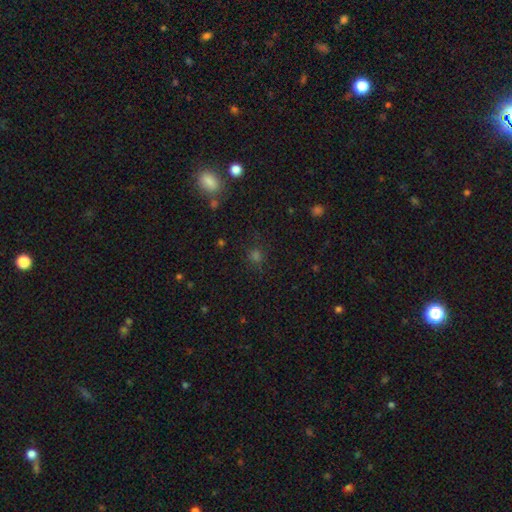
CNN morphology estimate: The model was most divided on "smooth or featured": smooth: 60%, star or artifact: 34%, featured or disk: 6%. More confident: how rounded — round (85%); merging — none (81%).